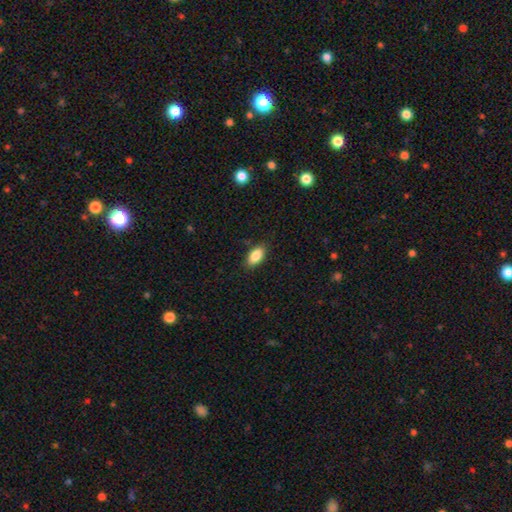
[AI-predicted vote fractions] Smooth or featured?
  - smooth: 86% *
  - star or artifact: 7%
  - featured or disk: 6%
How rounded?
  - in between: 91% *
  - cigar-shaped: 5%
  - round: 4%
Merging?
  - none: 85% *
  - minor disturbance: 11%
  - major disturbance: 2%
  - merger: 1%